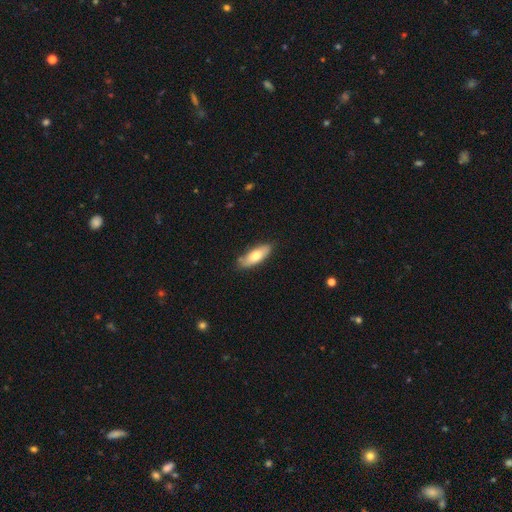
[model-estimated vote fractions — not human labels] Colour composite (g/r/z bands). It shows a smooth galaxy with no disk features (69%) that is in between round and cigar-shaped (70%). Merging: none (81%).